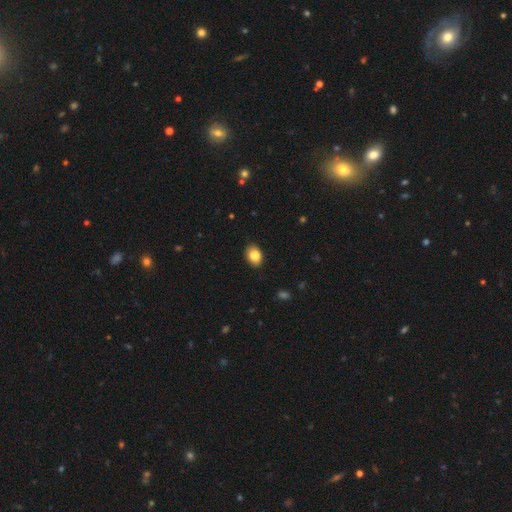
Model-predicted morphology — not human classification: smooth 86%, star or artifact 8%, featured or disk 6%. Down the decision tree: how rounded — in between (78%); merging — none (82%).